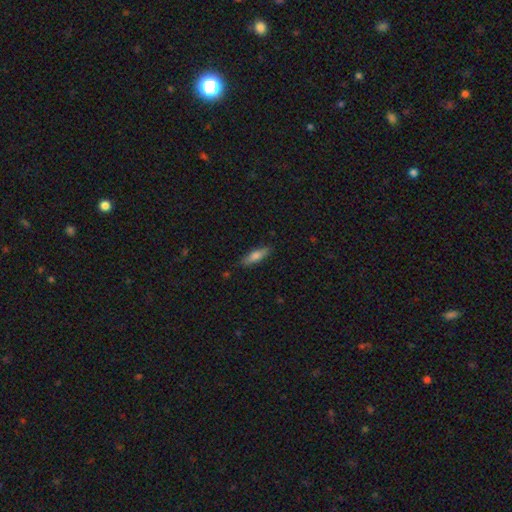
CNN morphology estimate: Smooth or featured: smooth — 69% (featured or disk — 25%)
How rounded: cigar-shaped — 62% (in between — 36%)
Merging: none — 85% (minor disturbance — 11%)